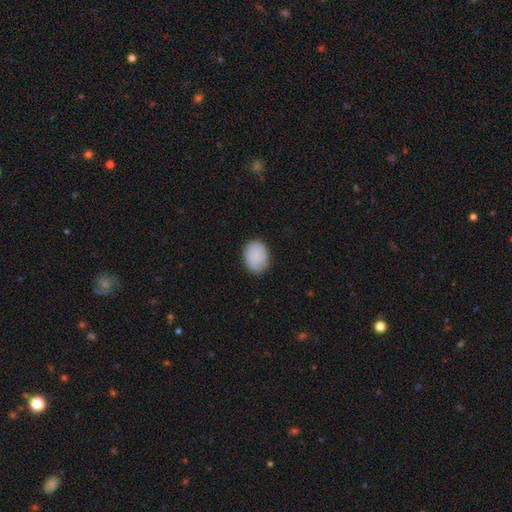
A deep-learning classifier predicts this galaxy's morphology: smooth_or_featured: smooth (p=0.84) [alt: featured or disk p=0.10]
how_rounded: in between (p=0.59) [alt: round p=0.40]
merging: none (p=0.73) [alt: minor disturbance p=0.21]